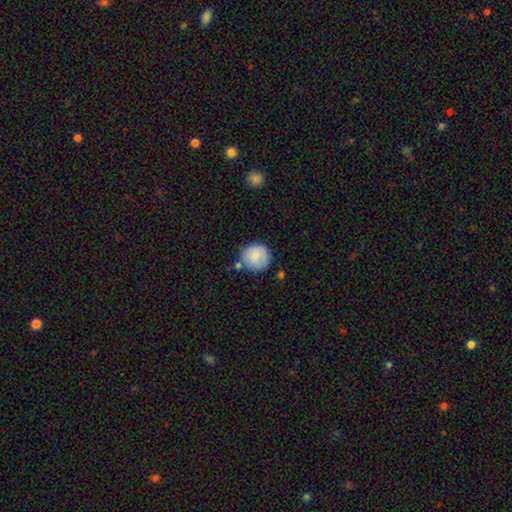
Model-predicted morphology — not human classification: This is clearly a smooth galaxy (85%). How rounded: clearly round (93%). Merging: likely none (73%).